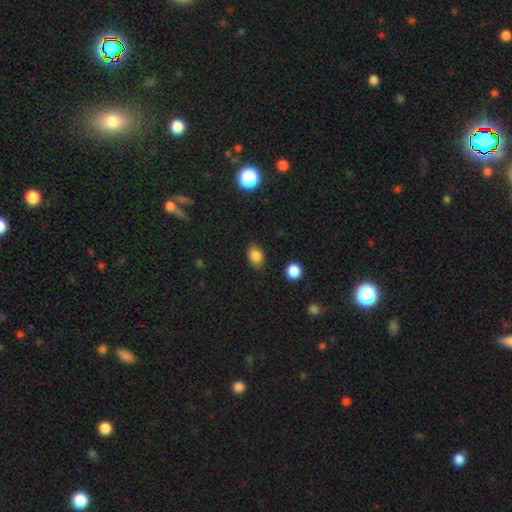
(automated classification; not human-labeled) smooth-or-featured: smooth: 84% | star or artifact: 11% | featured or disk: 6%
  how-rounded: in between: 73% | round: 26% | cigar-shaped: 1%
  merging: none: 83% | minor disturbance: 12% | major disturbance: 3% | merger: 2%